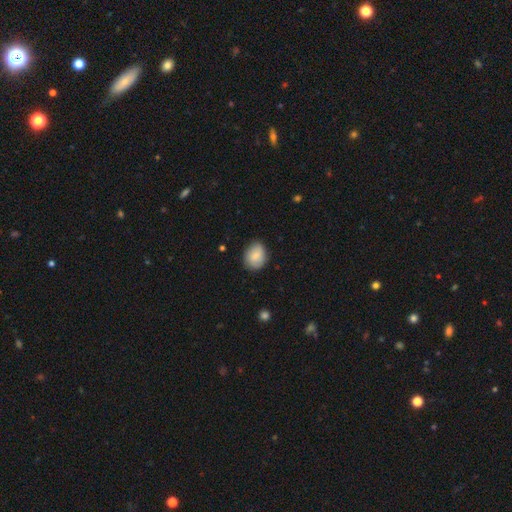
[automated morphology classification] smooth 83%, featured or disk 10%, star or artifact 7%. Down the decision tree: how rounded — in between (52%); merging — none (79%).